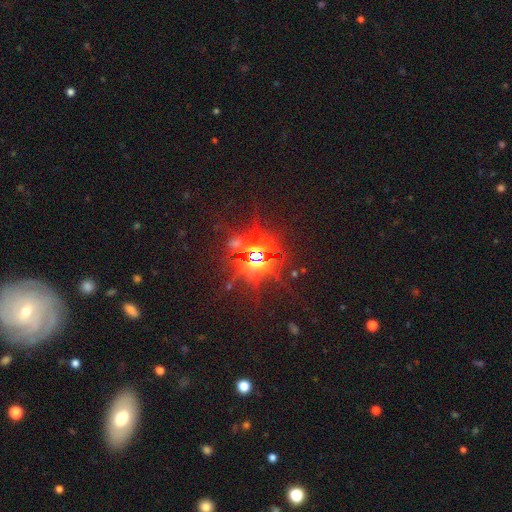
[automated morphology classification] This is clearly a star or artifact rather than a galaxy (85%).